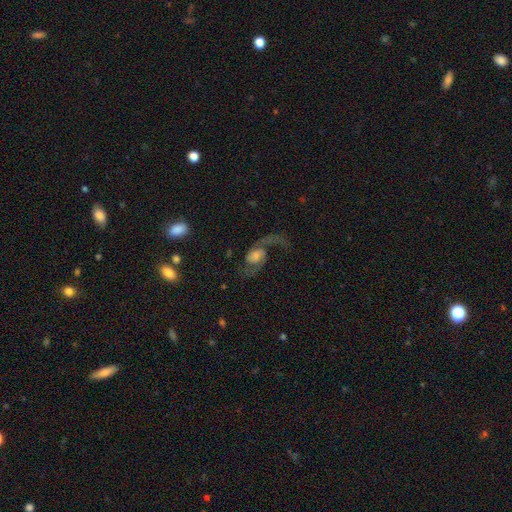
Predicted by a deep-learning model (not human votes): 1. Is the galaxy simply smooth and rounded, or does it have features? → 84% featured or disk, 9% smooth, 7% star or artifact.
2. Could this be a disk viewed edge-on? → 97% no, 3% yes.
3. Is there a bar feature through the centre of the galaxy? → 57% no, 35% weak, 8% strong.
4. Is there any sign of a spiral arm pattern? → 95% yes, 5% no.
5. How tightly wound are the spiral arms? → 67% loose, 28% medium, 6% tight.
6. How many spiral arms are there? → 87% 2, 8% 1, 2% can't tell, 1% 3, 1% 4, 1% more than 4.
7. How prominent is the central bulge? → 43% moderate, 34% small, 13% large, 7% none, 3% dominant.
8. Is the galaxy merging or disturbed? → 55% none, 26% major disturbance, 15% minor disturbance, 4% merger.